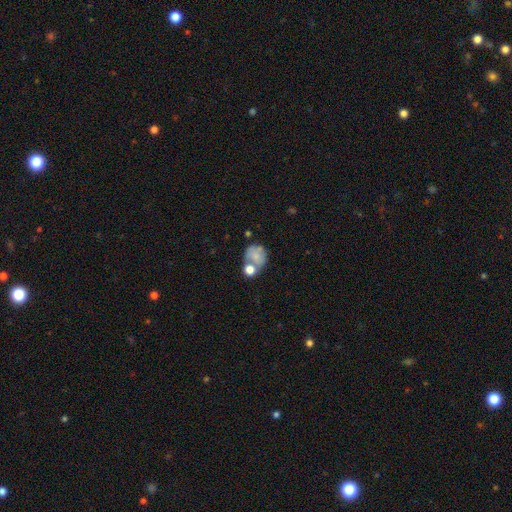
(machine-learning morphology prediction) This appears to be a smooth galaxy with no disk features (65%) that is round (64%). Merging: merger (37%).